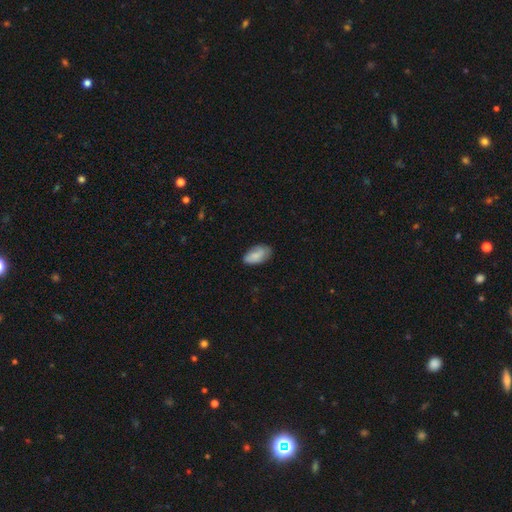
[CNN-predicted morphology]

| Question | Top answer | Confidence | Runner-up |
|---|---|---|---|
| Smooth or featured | smooth | 78% | featured or disk (16%) |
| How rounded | in between | 93% | cigar-shaped (4%) |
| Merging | none | 72% | minor disturbance (22%) |